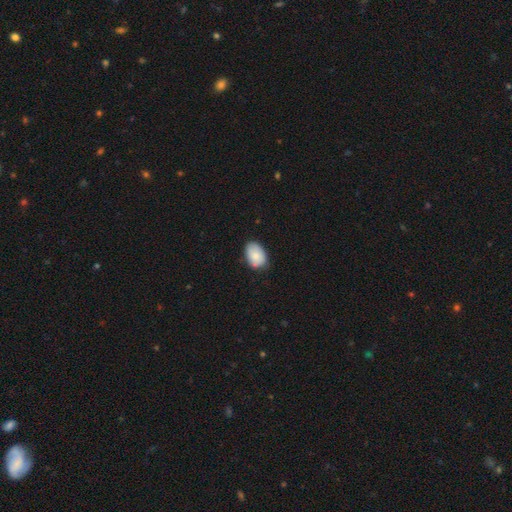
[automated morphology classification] The model was most divided on "merging": none: 70%, minor disturbance: 25%, major disturbance: 4%, merger: 1%. More confident: how rounded — in between (84%); smooth or featured — smooth (83%).